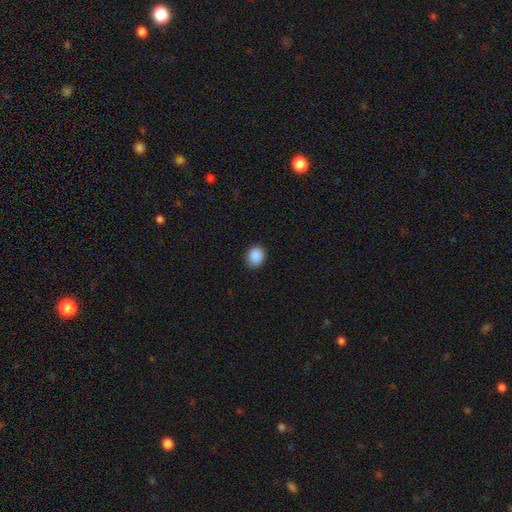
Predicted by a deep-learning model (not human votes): The model was most divided on "how rounded": round: 68%, in between: 31%, cigar-shaped: 1%. More confident: smooth or featured — smooth (89%); merging — none (88%).